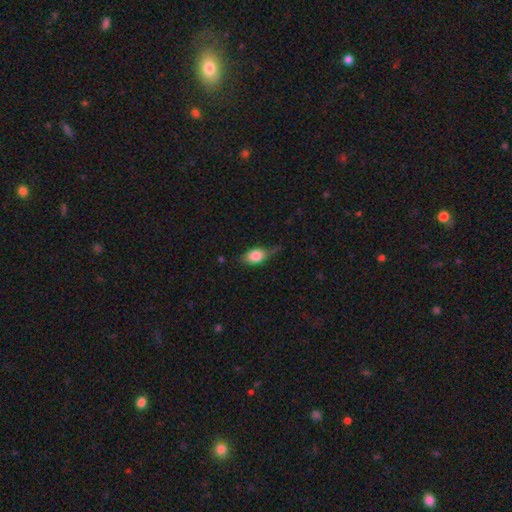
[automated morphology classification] Smooth or featured? smooth (75%)
How rounded? in between (77%)
Merging? none (51%)